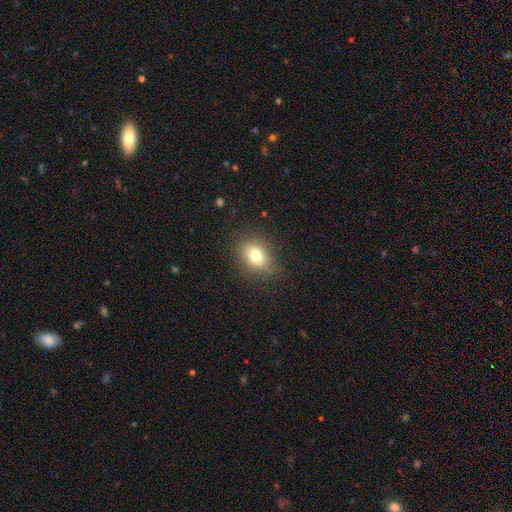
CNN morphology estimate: A smooth galaxy with no disk features (75%) that is in between round and cigar-shaped (57%).

Vote fractions:
- Smooth or featured? smooth: 75% / star or artifact: 12% / featured or disk: 12%
- How rounded? in between: 57% / round: 41% / cigar-shaped: 2%
- Merging? none: 79% / minor disturbance: 15% / major disturbance: 5% / merger: 1%